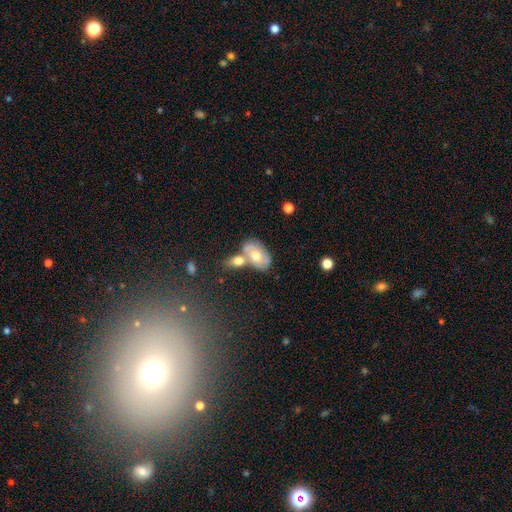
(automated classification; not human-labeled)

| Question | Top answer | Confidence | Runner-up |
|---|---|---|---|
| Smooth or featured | smooth | 59% | featured or disk (33%) |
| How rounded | in between | 89% | round (9%) |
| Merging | merger | 48% | none (35%) |